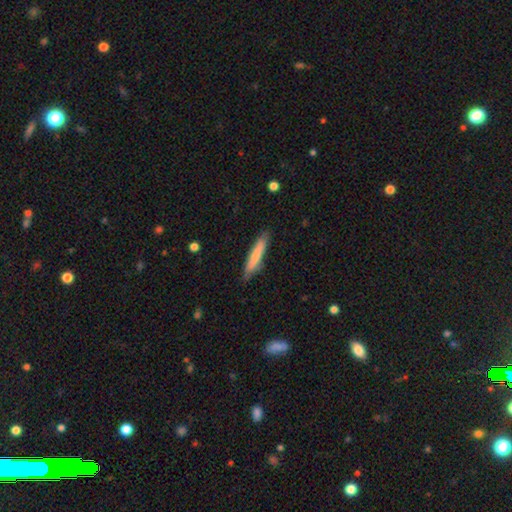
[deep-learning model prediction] Overall: smooth (74%). How rounded: cigar-shaped (92%). Merging: none (85%).